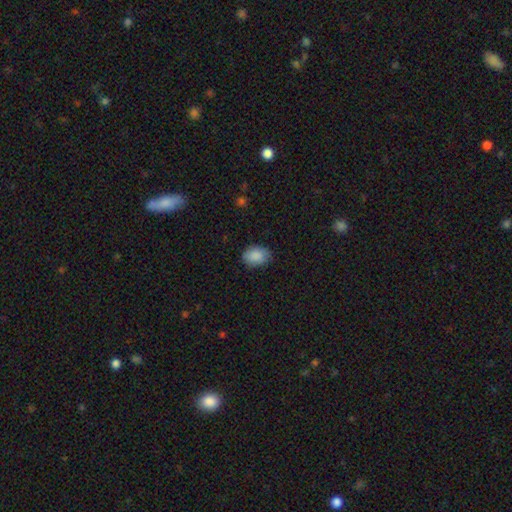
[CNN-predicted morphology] This is clearly a smooth galaxy (88%). How rounded: likely in between (76%). Merging: likely none (78%).